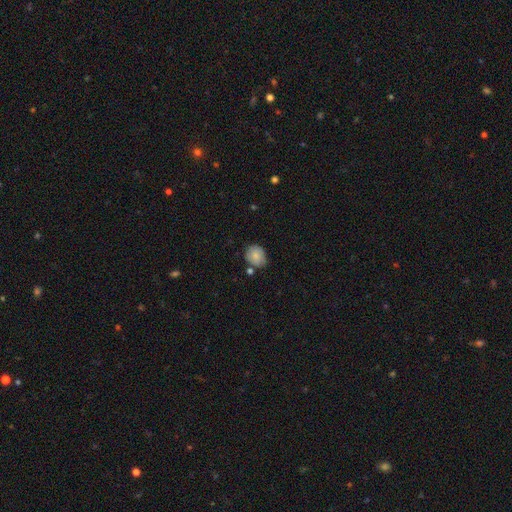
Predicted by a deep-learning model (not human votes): smooth_or_featured: smooth (p=0.78) [alt: featured or disk p=0.14]
how_rounded: round (p=0.62) [alt: in between p=0.37]
merging: none (p=0.66) [alt: minor disturbance p=0.21]